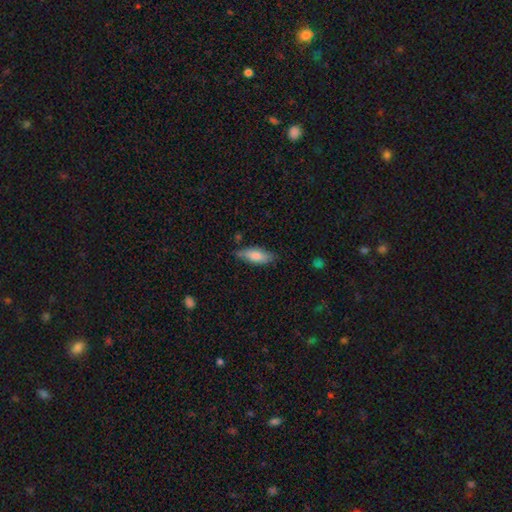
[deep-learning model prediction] The model was most divided on "how rounded": in between: 70%, cigar-shaped: 28%, round: 2%. More confident: smooth or featured — smooth (75%); merging — none (73%).